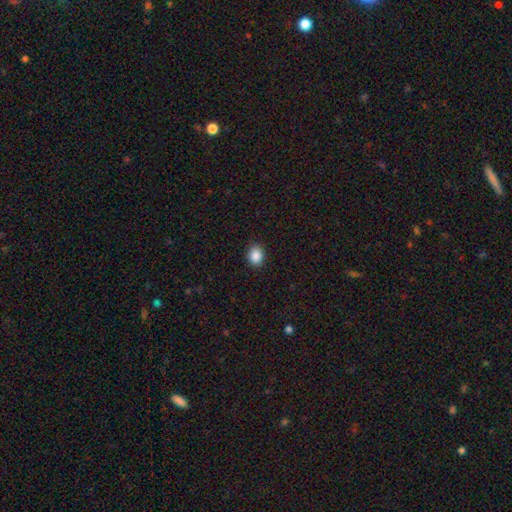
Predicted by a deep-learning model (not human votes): Smooth or featured? smooth (88%)
How rounded? round (54%)
Merging? none (90%)